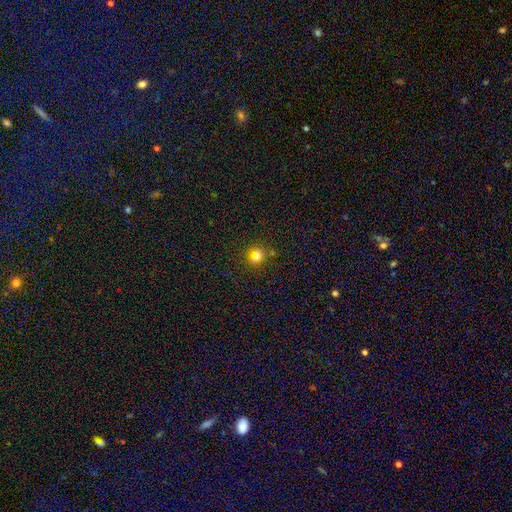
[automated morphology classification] Smooth or featured?
  - smooth: 69% *
  - star or artifact: 20%
  - featured or disk: 10%
How rounded?
  - round: 82% *
  - in between: 16%
  - cigar-shaped: 1%
Merging?
  - none: 79% *
  - minor disturbance: 9%
  - merger: 9%
  - major disturbance: 3%